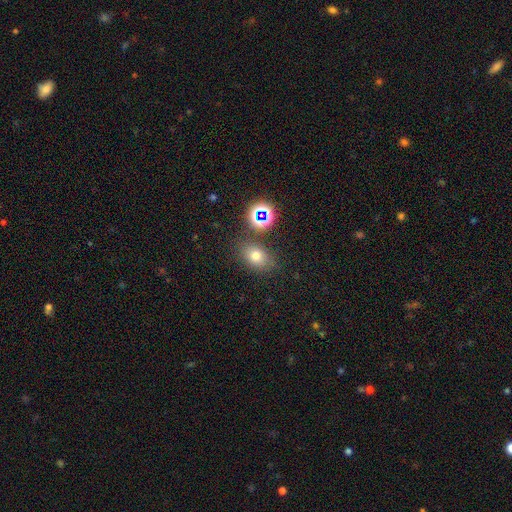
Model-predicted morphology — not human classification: The model was most divided on "how rounded": in between: 64%, round: 35%, cigar-shaped: 2%. More confident: merging — none (77%); smooth or featured — smooth (69%).